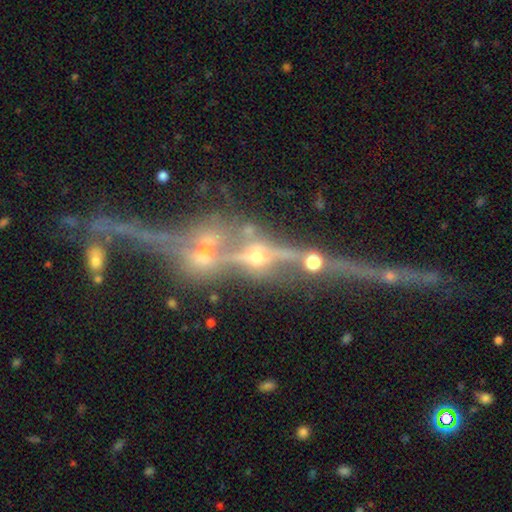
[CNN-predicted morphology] Q: Smooth or featured?
A: featured or disk (62%); runner-up: star or artifact (27%)
Q: Edge-on disk?
A: yes (66%); runner-up: no (34%)
Q: Merging?
A: none (37%); runner-up: merger (36%)